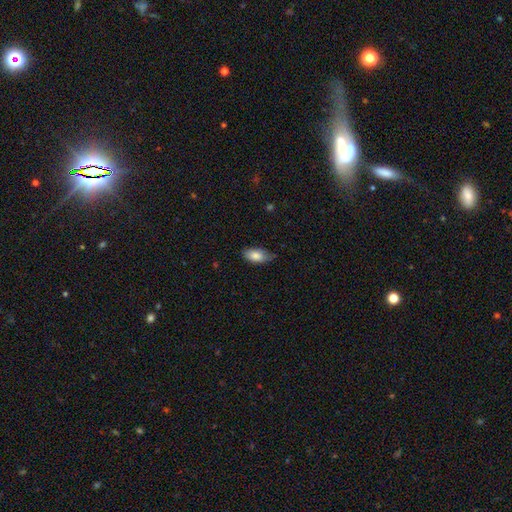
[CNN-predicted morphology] Q: Smooth or featured?
A: smooth (83%); runner-up: featured or disk (10%)
Q: How rounded?
A: in between (92%); runner-up: cigar-shaped (5%)
Q: Merging?
A: none (64%); runner-up: minor disturbance (29%)